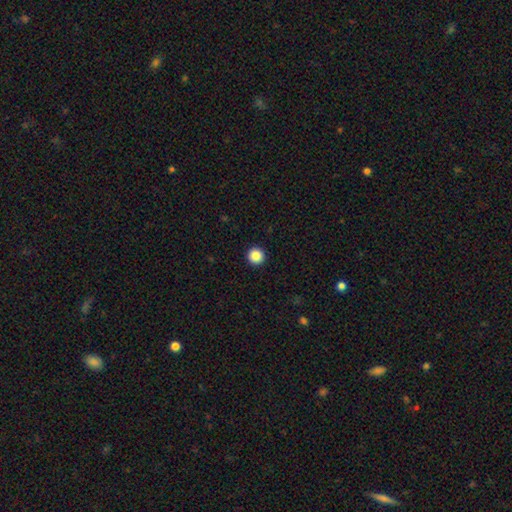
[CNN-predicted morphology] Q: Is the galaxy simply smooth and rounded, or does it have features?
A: smooth — 87%.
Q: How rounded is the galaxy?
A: round — 96%.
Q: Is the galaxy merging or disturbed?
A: none — 94%.